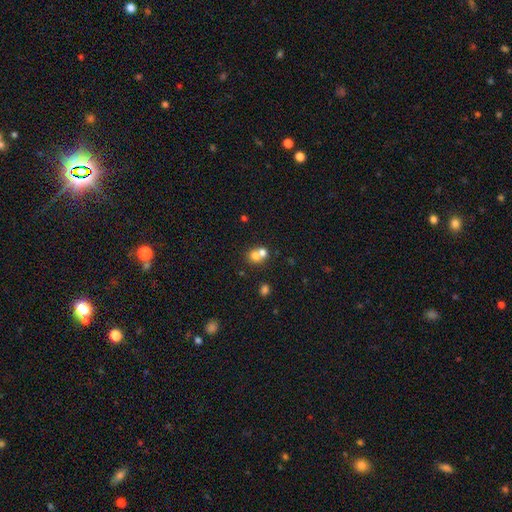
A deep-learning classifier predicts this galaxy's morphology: type=smooth (69%); roundness=round (79%); merging=merger (56%).